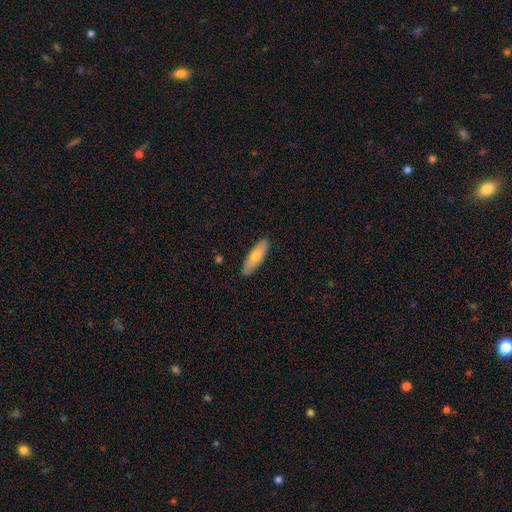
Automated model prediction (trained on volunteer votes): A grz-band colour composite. It shows a smooth galaxy with no disk features (69%) that is cigar-shaped (53%). Merging: none (89%).